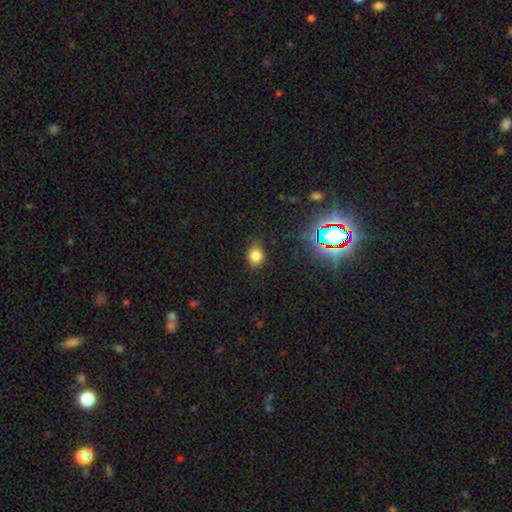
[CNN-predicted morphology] Smooth or featured: smooth — 78% (star or artifact — 16%)
How rounded: round — 65% (in between — 34%)
Merging: none — 81% (minor disturbance — 14%)